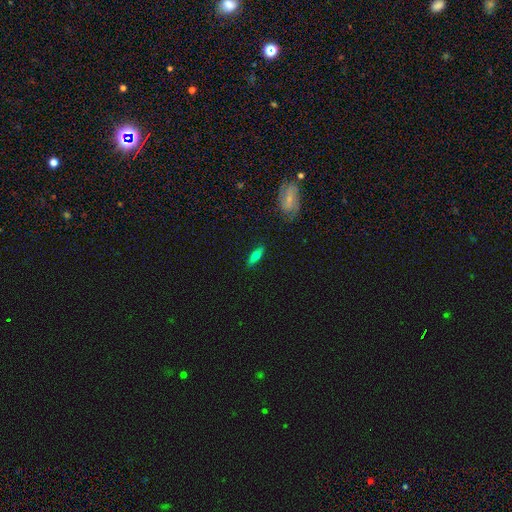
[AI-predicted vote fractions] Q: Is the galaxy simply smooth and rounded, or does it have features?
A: smooth — 58%.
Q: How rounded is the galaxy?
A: in between — 48%, tied with cigar-shaped.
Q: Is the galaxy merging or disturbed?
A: none — 86%.